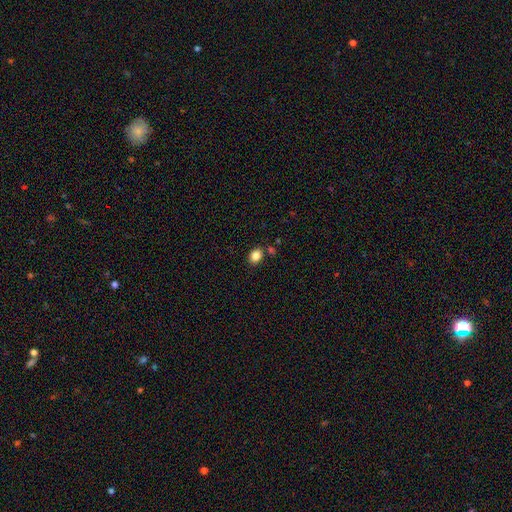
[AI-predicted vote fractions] Morphology: type=smooth (85%); roundness=in between (57%); merging=none (79%).